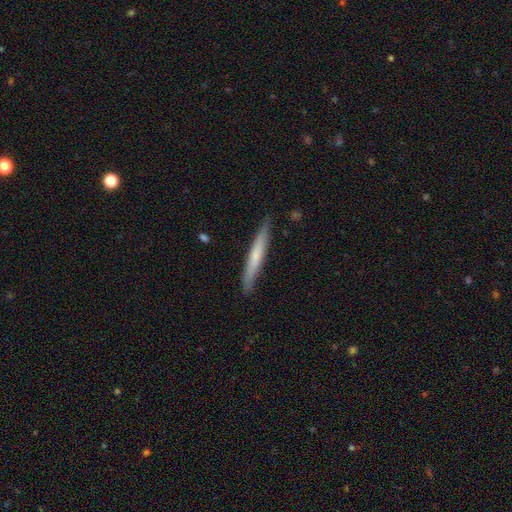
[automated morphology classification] This appears to be a smooth galaxy with no disk features (59%) that is cigar-shaped (96%). Merging: none (88%).